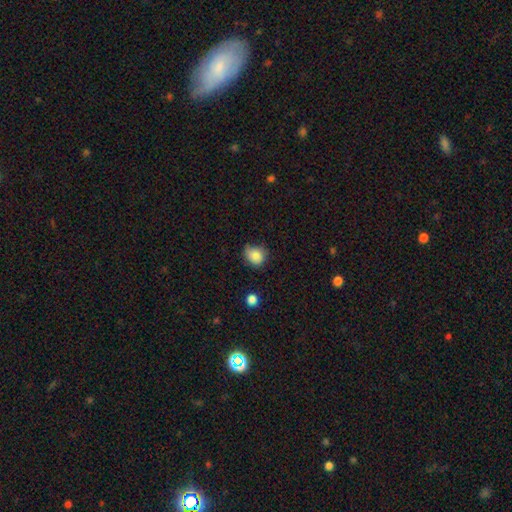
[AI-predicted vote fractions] Smooth or featured? Predicted: smooth (p=0.83). How rounded? Predicted: round (p=0.69). Merging? Predicted: none (p=0.56).